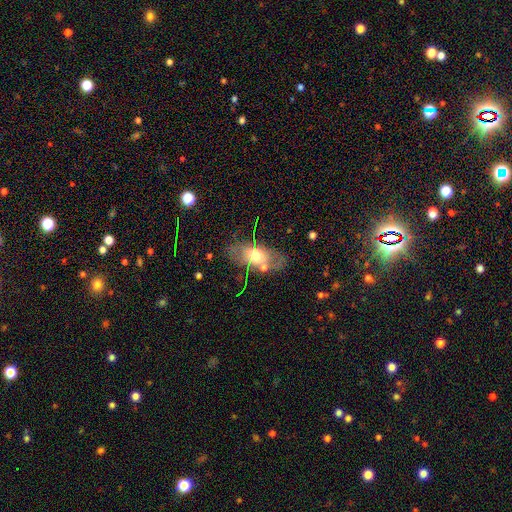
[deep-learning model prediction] This is possibly a smooth galaxy (49%). Merging: likely none (65%).